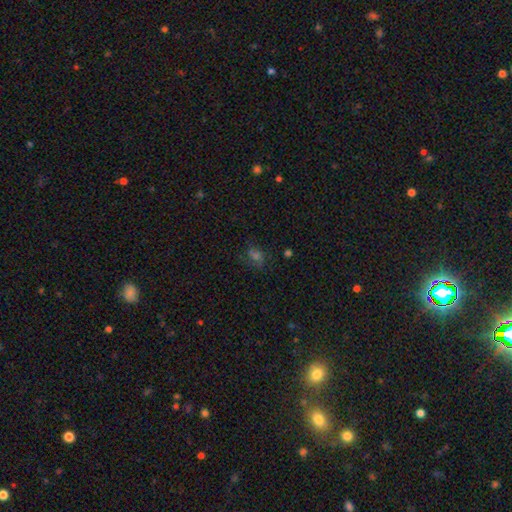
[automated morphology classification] Smooth or featured? smooth (37%)
Merging? none (67%)